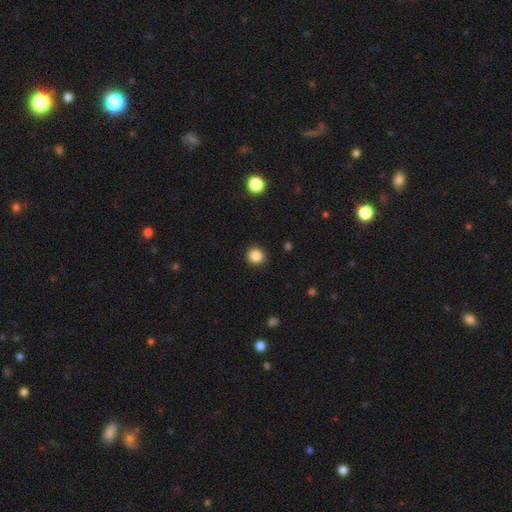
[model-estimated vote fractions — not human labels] Smooth or featured? Predicted: smooth (p=0.86). How rounded? Predicted: round (p=0.89). Merging? Predicted: none (p=0.91).